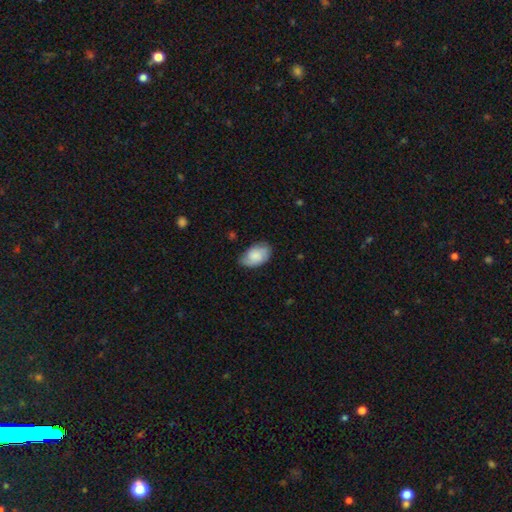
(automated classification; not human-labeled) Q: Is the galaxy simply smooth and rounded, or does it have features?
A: smooth — 78%.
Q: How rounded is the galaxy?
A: in between — 90%.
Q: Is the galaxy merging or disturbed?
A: none — 64%.